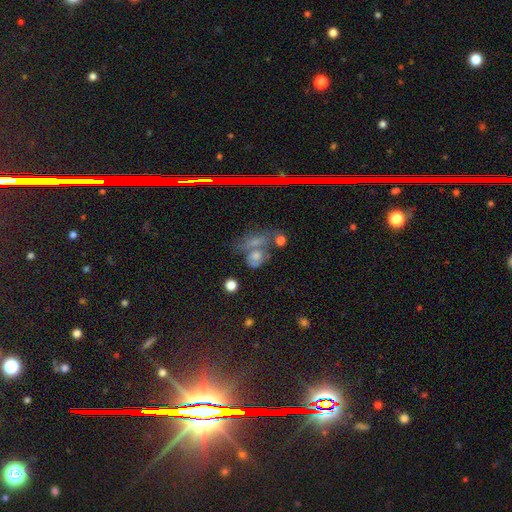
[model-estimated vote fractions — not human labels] A smooth galaxy with no disk features (44%).

Vote fractions:
- Smooth or featured? smooth: 44% / star or artifact: 31% / featured or disk: 26%
- Merging? none: 42% / merger: 27% / minor disturbance: 17% / major disturbance: 14%